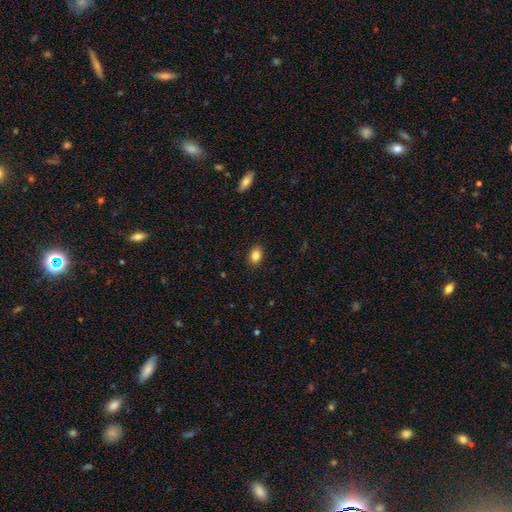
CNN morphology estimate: Q: Smooth or featured?
A: smooth (85%); runner-up: star or artifact (10%)
Q: How rounded?
A: in between (68%); runner-up: round (31%)
Q: Merging?
A: none (89%); runner-up: minor disturbance (8%)